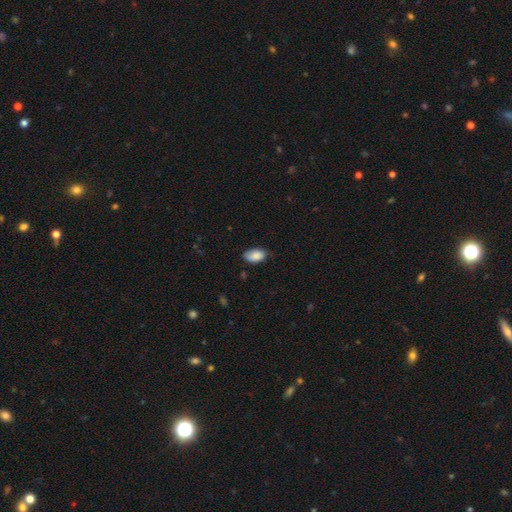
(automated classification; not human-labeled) Smooth or featured: smooth — 86% (featured or disk — 8%)
How rounded: in between — 94% (round — 4%)
Merging: none — 70% (minor disturbance — 25%)